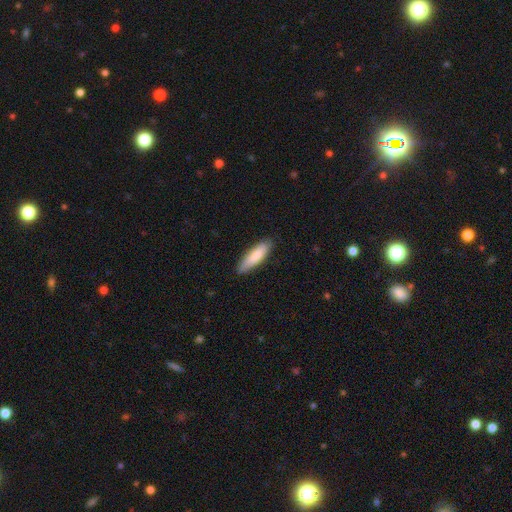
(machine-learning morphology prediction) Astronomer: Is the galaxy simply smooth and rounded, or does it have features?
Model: smooth — 84%.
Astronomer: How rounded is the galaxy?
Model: cigar-shaped — 64%.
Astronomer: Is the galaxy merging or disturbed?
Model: none — 84%.